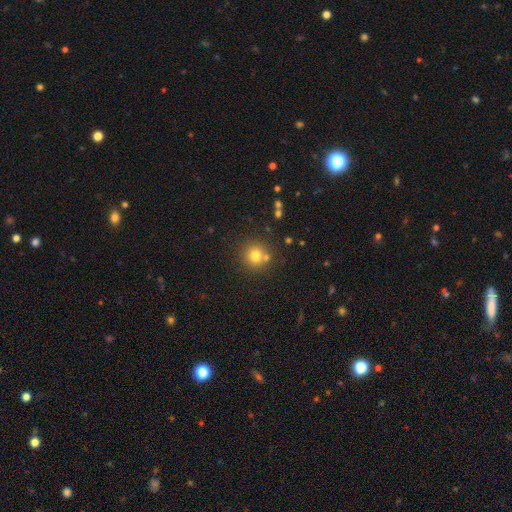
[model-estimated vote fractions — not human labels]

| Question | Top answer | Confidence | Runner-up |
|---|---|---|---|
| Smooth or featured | smooth | 76% | star or artifact (15%) |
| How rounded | round | 92% | in between (7%) |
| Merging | none | 73% | merger (16%) |